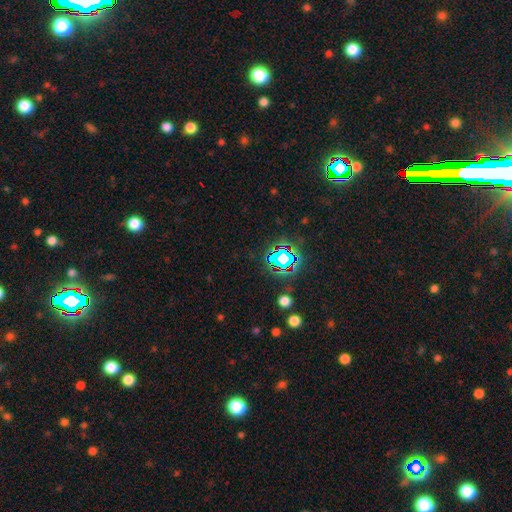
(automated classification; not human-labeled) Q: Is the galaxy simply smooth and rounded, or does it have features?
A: star or artifact — 80%.